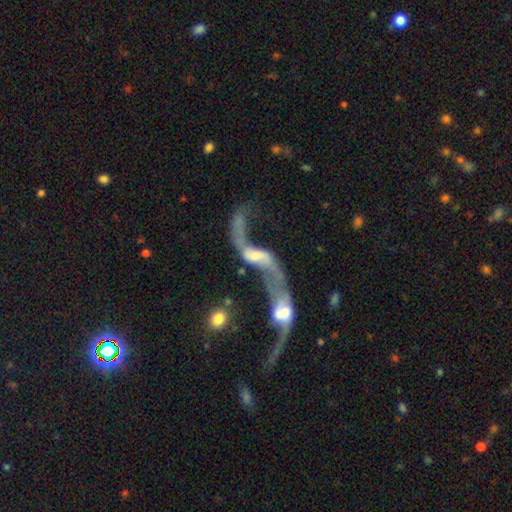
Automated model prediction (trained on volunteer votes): smooth_or_featured: featured or disk (p=0.79) [alt: smooth p=0.14]
disk_edge_on: no (p=0.89) [alt: yes p=0.11]
bar: weak (p=0.40) [alt: no p=0.35]
has_spiral_arms: yes (p=0.82) [alt: no p=0.18]
spiral_winding: loose (p=0.93) [alt: medium p=0.05]
spiral_arm_count: 2 (p=0.87) [alt: 1 p=0.06]
bulge_size: moderate (p=0.41) [alt: small p=0.28]
merging: merger (p=0.72) [alt: major disturbance p=0.12]